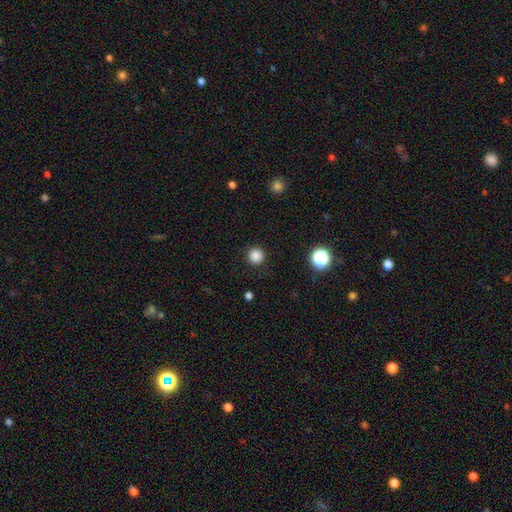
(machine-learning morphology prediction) Smooth or featured? smooth (85%)
How rounded? round (96%)
Merging? none (91%)